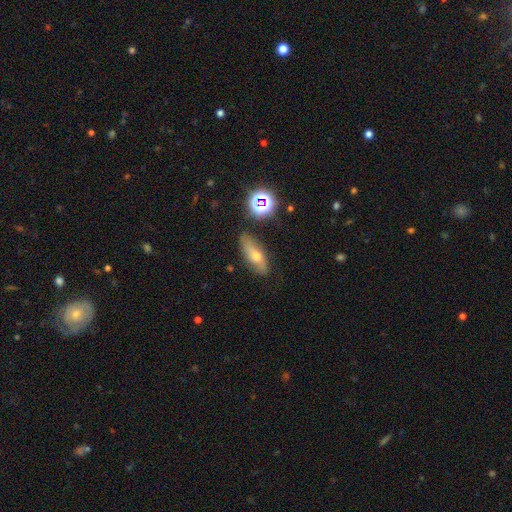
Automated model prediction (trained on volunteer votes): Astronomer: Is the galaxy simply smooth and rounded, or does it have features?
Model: smooth — 48% (runner-up: featured or disk, 38%).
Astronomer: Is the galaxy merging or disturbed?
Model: none — 77%.